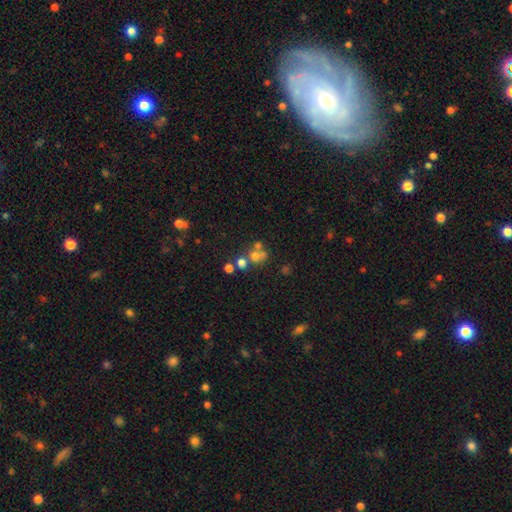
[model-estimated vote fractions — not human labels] A smooth galaxy with no disk features (61%) that is round (79%).

Vote fractions:
- Smooth or featured? smooth: 61% / star or artifact: 20% / featured or disk: 19%
- How rounded? round: 79% / in between: 20% / cigar-shaped: 1%
- Merging? merger: 43% / none: 42% / minor disturbance: 8% / major disturbance: 6%